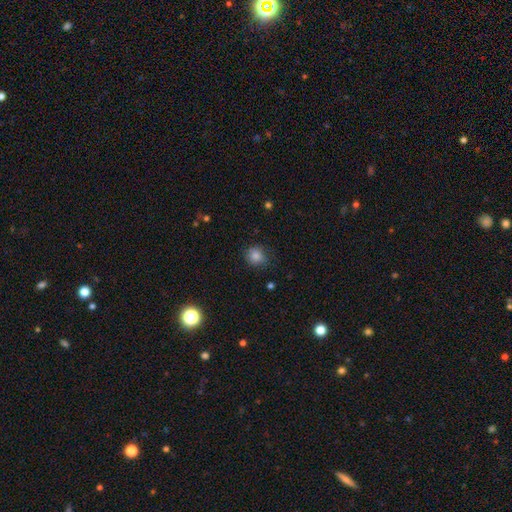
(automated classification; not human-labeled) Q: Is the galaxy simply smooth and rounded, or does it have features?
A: smooth — 82%.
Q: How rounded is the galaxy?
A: round — 80%.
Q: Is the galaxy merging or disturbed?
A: none — 79%.